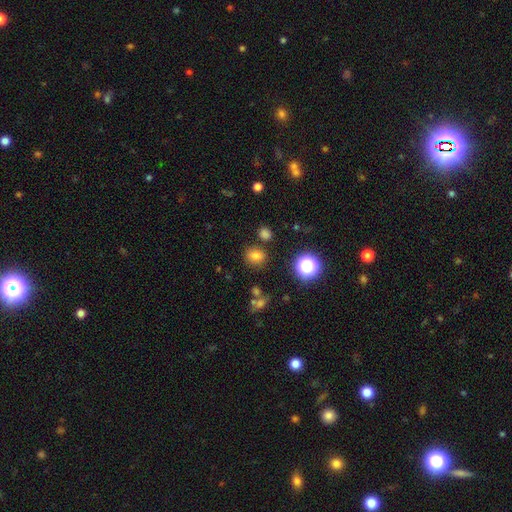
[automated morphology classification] A smooth galaxy with no disk features (75%) that is round (63%).

Vote fractions:
- Smooth or featured? smooth: 75% / star or artifact: 18% / featured or disk: 6%
- How rounded? round: 63% / in between: 36% / cigar-shaped: 1%
- Merging? none: 80% / minor disturbance: 10% / merger: 6% / major disturbance: 4%